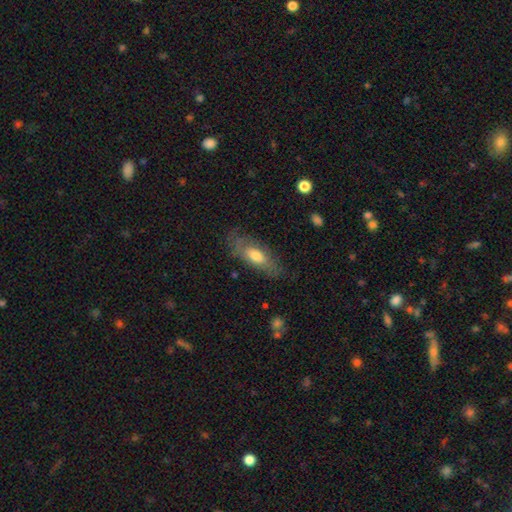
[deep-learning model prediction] smooth 54%, featured or disk 39%, star or artifact 7%. Down the decision tree: how rounded — in between (69%); merging — none (72%).